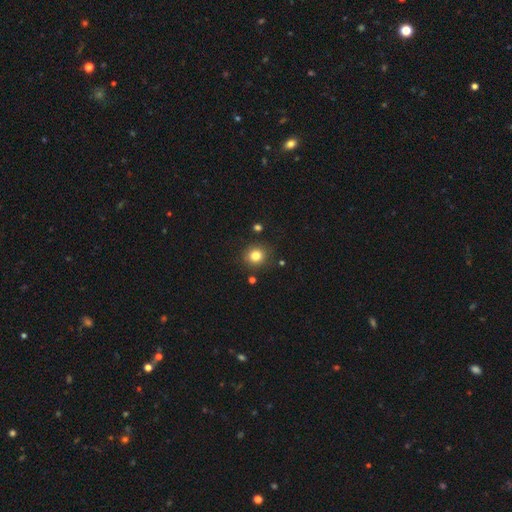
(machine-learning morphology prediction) smooth_or_featured: smooth (p=0.81) [alt: star or artifact p=0.12]
how_rounded: round (p=0.87) [alt: in between p=0.12]
merging: none (p=0.86) [alt: minor disturbance p=0.08]